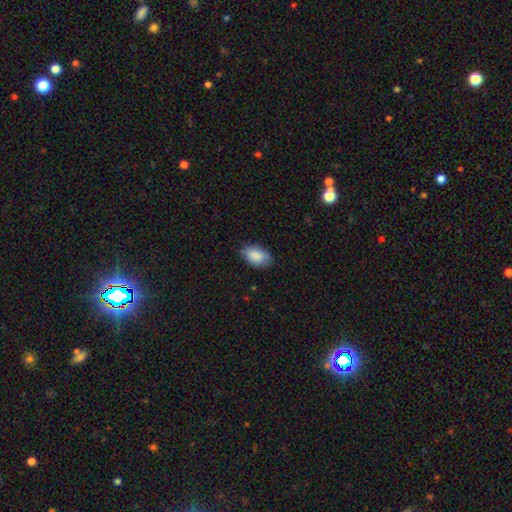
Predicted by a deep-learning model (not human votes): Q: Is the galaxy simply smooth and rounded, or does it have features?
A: smooth — 87%.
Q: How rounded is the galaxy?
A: in between — 92%.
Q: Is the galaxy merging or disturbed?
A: none — 76%.